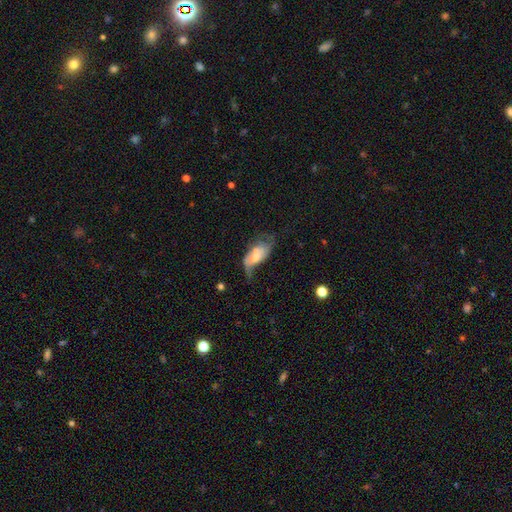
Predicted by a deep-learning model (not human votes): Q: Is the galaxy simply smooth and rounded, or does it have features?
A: featured or disk — 47%.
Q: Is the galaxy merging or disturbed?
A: major disturbance — 34%.